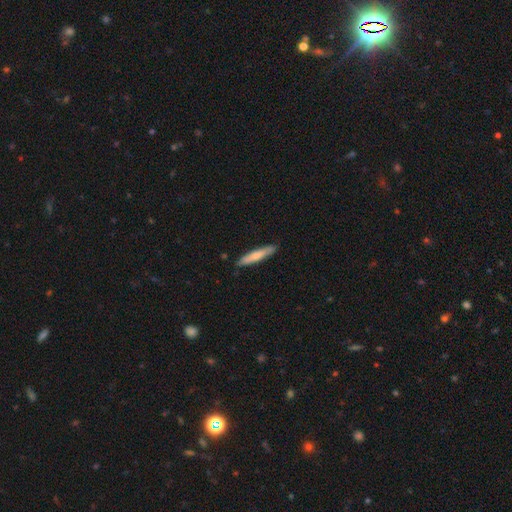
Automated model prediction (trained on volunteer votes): The model was most divided on "smooth or featured": smooth: 67%, featured or disk: 28%, star or artifact: 5%. More confident: how rounded — cigar-shaped (90%); merging — none (86%).